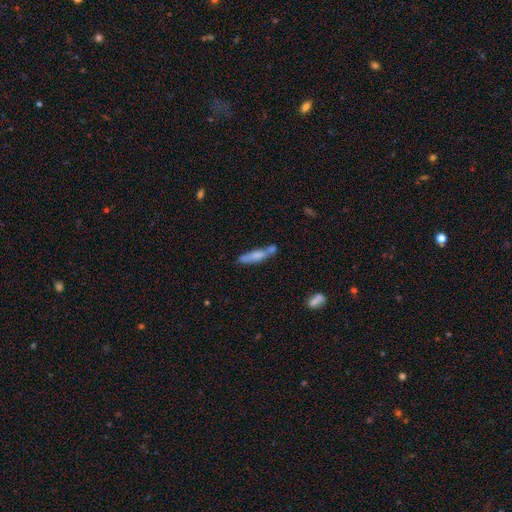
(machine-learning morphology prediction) smooth_or_featured: smooth (p=0.66) [alt: featured or disk p=0.27]
how_rounded: cigar-shaped (p=0.79) [alt: in between p=0.19]
merging: none (p=0.47) [alt: merger p=0.27]